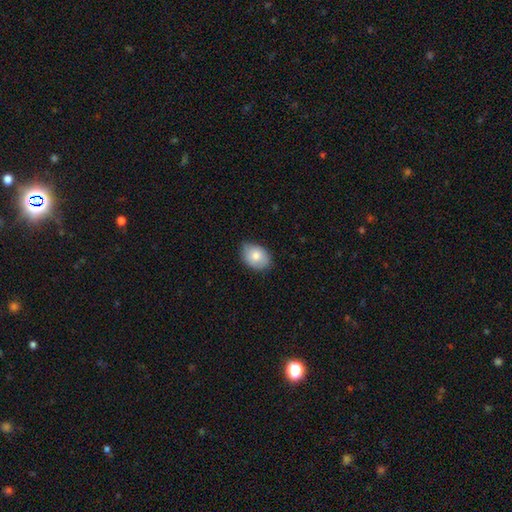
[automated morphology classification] This appears to be a smooth galaxy with no disk features (80%) that is in between round and cigar-shaped (70%). Merging: none (71%).